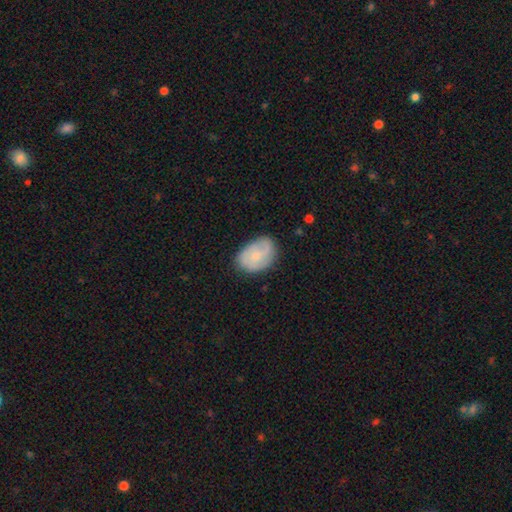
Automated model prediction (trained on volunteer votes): smooth_or_featured: smooth (p=0.50) [alt: featured or disk p=0.43]
how_rounded: in between (p=0.77) [alt: round p=0.22]
merging: none (p=0.67) [alt: minor disturbance p=0.25]